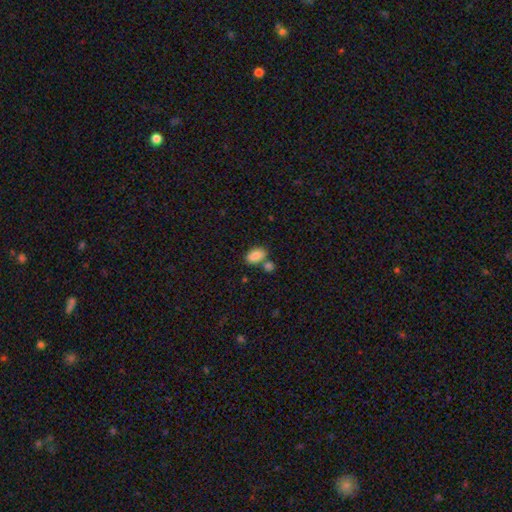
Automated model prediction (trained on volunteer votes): This is clearly a smooth galaxy (85%). How rounded: clearly in between (91%). Merging: likely none (60%).